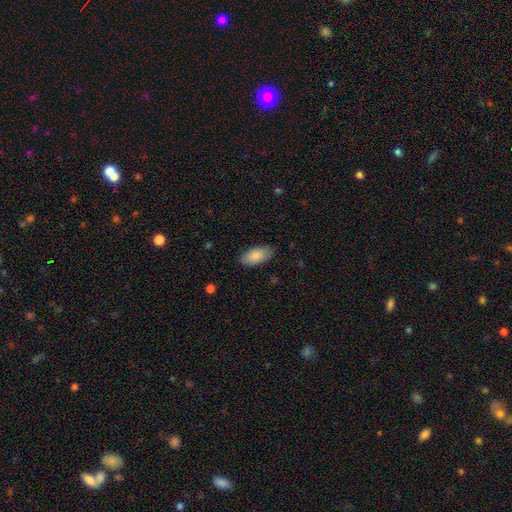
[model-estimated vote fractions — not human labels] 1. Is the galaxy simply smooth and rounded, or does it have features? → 86% smooth, 8% featured or disk, 6% star or artifact.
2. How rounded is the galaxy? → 93% in between, 5% cigar-shaped, 2% round.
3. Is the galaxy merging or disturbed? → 84% none, 12% minor disturbance, 3% major disturbance, 1% merger.